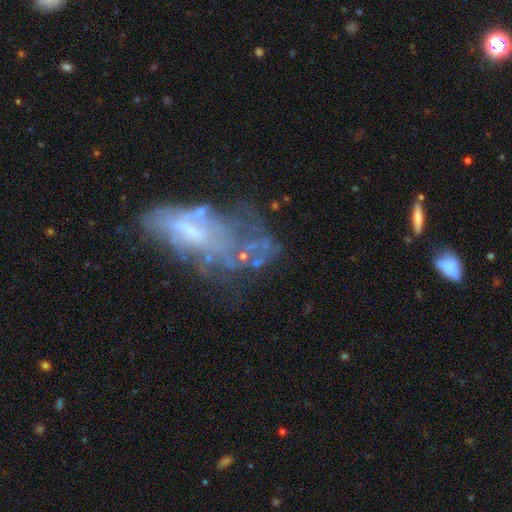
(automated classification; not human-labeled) This is possibly a featured or disk galaxy (58%). It is clearly not viewed edge-on (90%). Bar: likely no (73%). Spiral arm pattern: clearly no (81%). Central bulge: possibly none (46%). Merging: marginally major disturbance (35%).